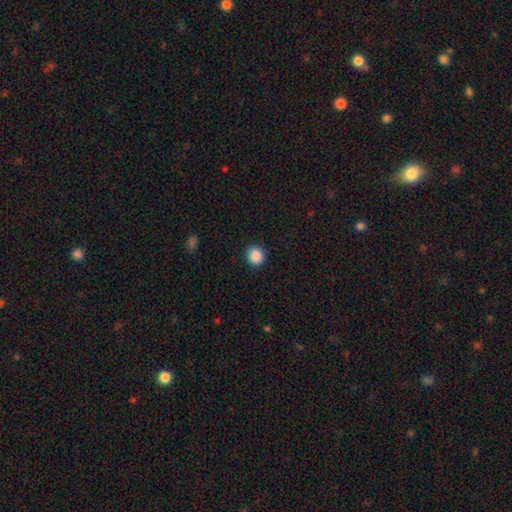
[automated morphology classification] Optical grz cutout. It shows a smooth galaxy with no disk features (88%) that is round (86%). Merging: none (91%).